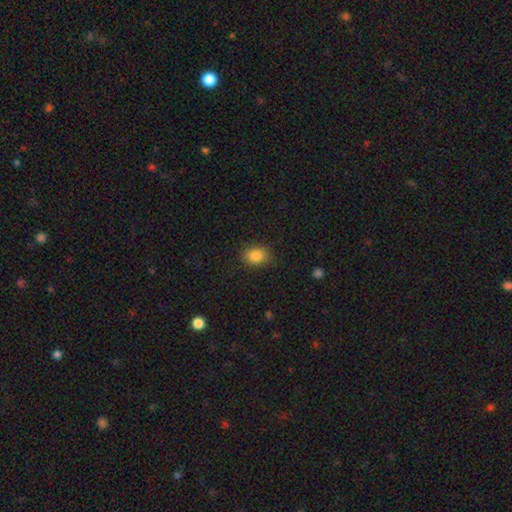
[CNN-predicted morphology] This is clearly a smooth galaxy (85%). How rounded: likely in between (67%). Merging: clearly none (85%).